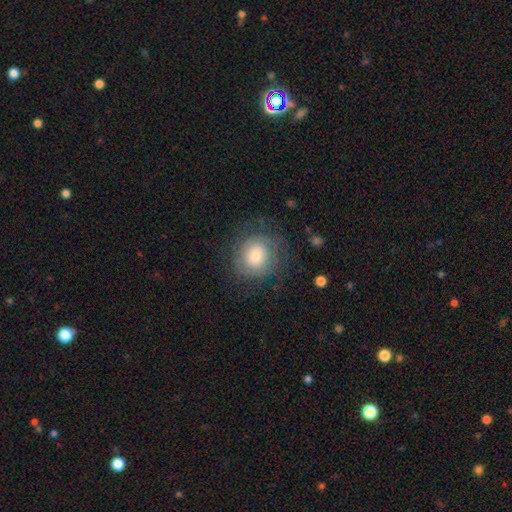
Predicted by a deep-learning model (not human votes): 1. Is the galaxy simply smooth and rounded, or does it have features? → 46% featured or disk (tied), 46% smooth (tied), 8% star or artifact.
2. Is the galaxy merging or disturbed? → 72% none, 16% minor disturbance, 11% major disturbance, 1% merger.